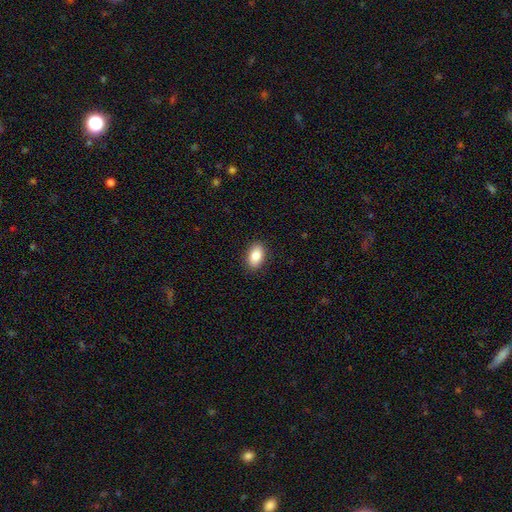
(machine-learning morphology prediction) Smooth or featured? Predicted: smooth (p=0.86). How rounded? Predicted: in between (p=0.90). Merging? Predicted: none (p=0.89).